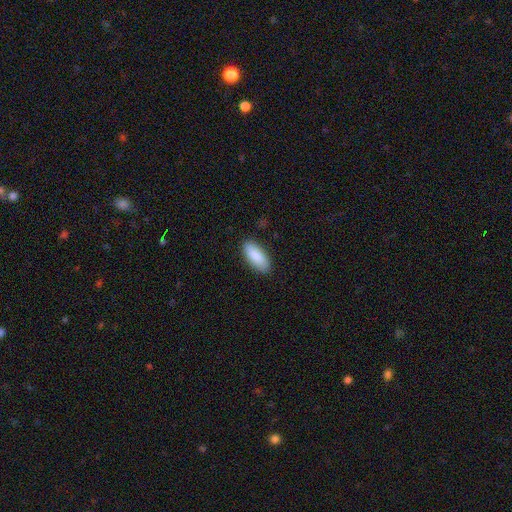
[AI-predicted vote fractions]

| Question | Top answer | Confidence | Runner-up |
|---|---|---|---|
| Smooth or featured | smooth | 89% | featured or disk (6%) |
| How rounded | in between | 82% | cigar-shaped (16%) |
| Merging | none | 88% | minor disturbance (9%) |